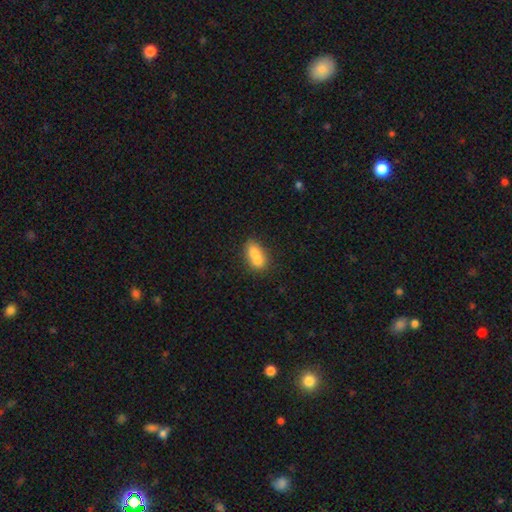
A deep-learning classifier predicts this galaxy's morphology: This appears to be a smooth galaxy with no disk features (69%) that is in between round and cigar-shaped (70%). Merging: merger (63%).